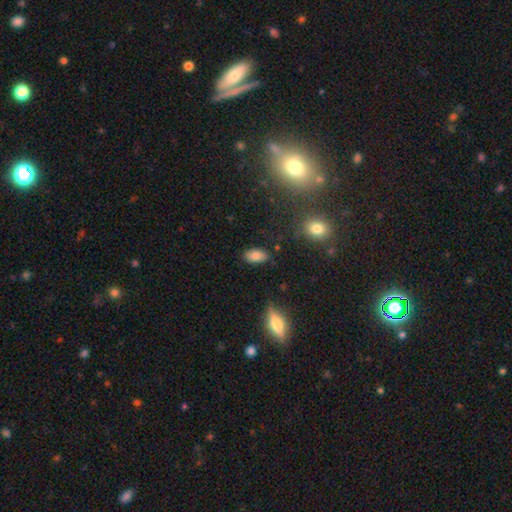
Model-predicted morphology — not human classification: smooth 80%, star or artifact 10%, featured or disk 9%. Down the decision tree: how rounded — in between (92%); merging — none (81%).